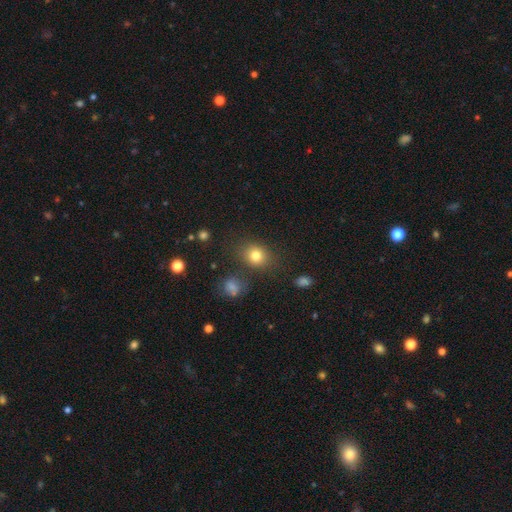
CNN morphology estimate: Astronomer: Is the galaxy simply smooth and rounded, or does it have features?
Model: smooth — 78%.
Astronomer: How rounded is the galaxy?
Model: round — 64%.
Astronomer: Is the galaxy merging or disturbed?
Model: none — 78%.